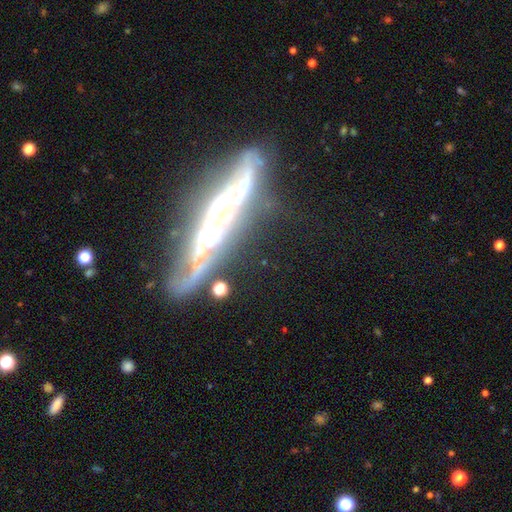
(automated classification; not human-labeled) Smooth or featured: featured or disk — 78% (smooth — 14%)
Edge-on disk: yes — 73% (no — 27%)
Edge-on bulge: none — 54% (rounded — 26%)
Merging: none — 63% (minor disturbance — 19%)